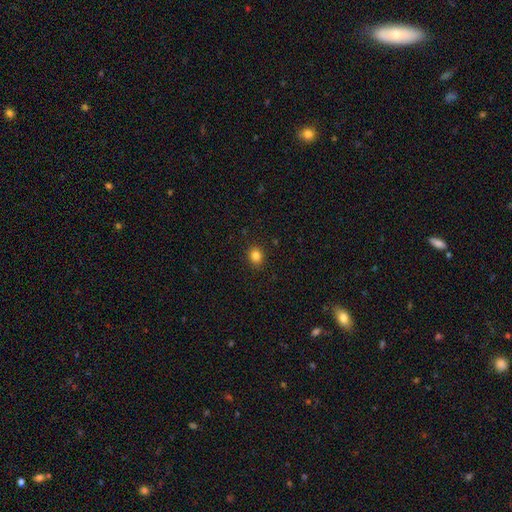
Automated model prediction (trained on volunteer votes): A smooth galaxy with no disk features (84%) that is round (68%).

Vote fractions:
- Smooth or featured? smooth: 84% / star or artifact: 12% / featured or disk: 5%
- How rounded? round: 68% / in between: 32% / cigar-shaped: 1%
- Merging? none: 90% / minor disturbance: 7% / major disturbance: 2% / merger: 1%